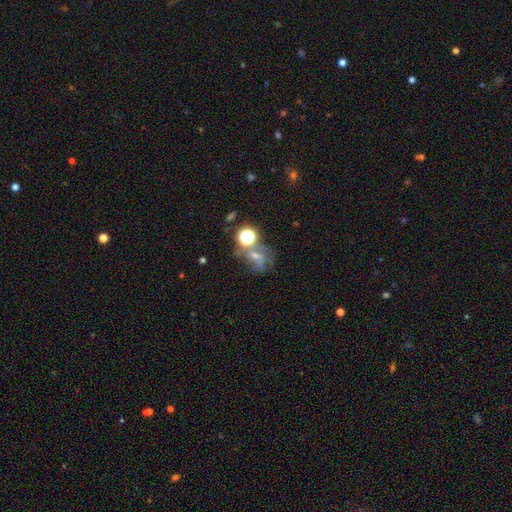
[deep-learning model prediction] Smooth or featured? Predicted: star or artifact (p=0.42).